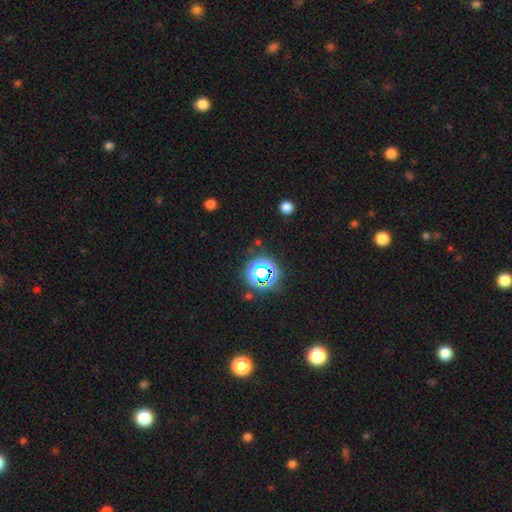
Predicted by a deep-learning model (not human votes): A star or artifact, not a galaxy (69%).